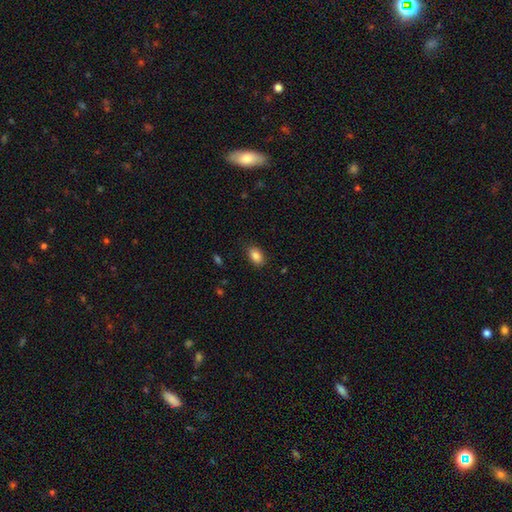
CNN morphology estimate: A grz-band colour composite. It shows a smooth galaxy with no disk features (86%) that is in between round and cigar-shaped (87%). Merging: none (85%).